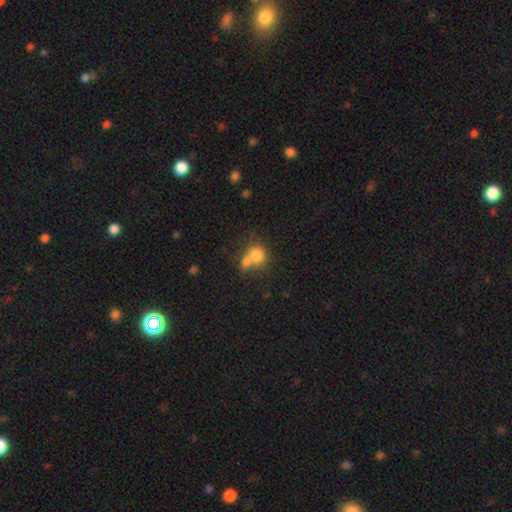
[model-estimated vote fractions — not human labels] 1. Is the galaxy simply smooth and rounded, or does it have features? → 77% smooth, 13% featured or disk, 11% star or artifact.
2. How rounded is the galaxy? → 64% round, 35% in between, 1% cigar-shaped.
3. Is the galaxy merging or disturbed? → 56% merger, 30% none, 9% minor disturbance, 5% major disturbance.